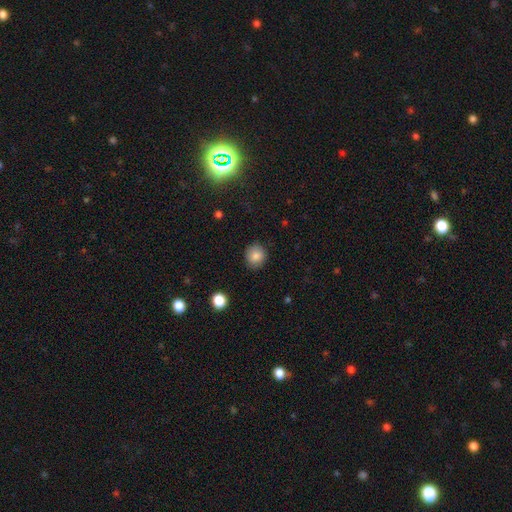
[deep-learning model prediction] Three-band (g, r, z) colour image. It shows a smooth galaxy with no disk features (83%) that is round (82%). Merging: none (88%).